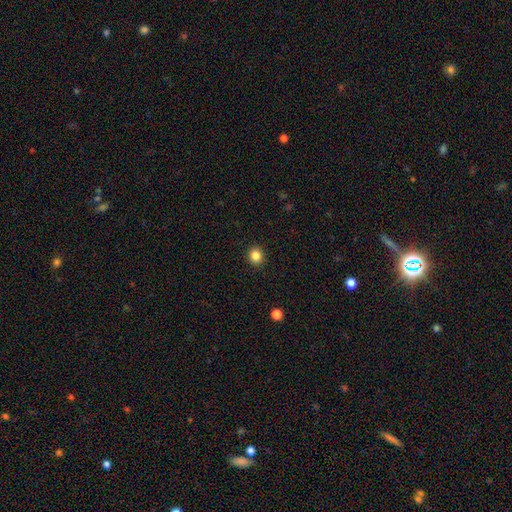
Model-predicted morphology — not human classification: A smooth galaxy with no disk features (84%) that is round (82%).

Vote fractions:
- Smooth or featured? smooth: 84% / star or artifact: 11% / featured or disk: 5%
- How rounded? round: 82% / in between: 17% / cigar-shaped: 1%
- Merging? none: 92% / minor disturbance: 5% / major disturbance: 2% / merger: 1%